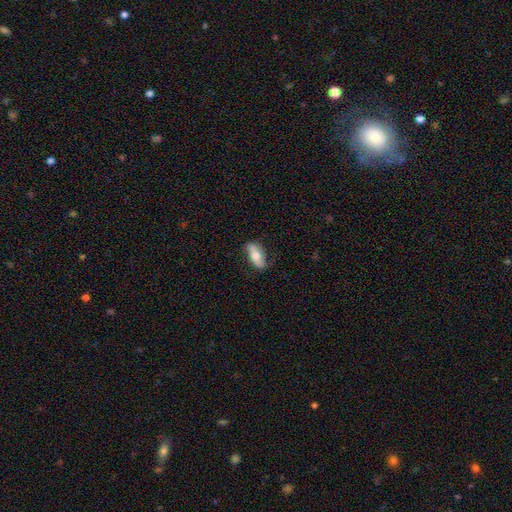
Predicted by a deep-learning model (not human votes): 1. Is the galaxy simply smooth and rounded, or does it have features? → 56% smooth, 38% featured or disk, 6% star or artifact.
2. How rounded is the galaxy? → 82% in between, 14% cigar-shaped, 4% round.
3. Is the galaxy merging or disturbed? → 75% none, 19% minor disturbance, 4% major disturbance, 1% merger.